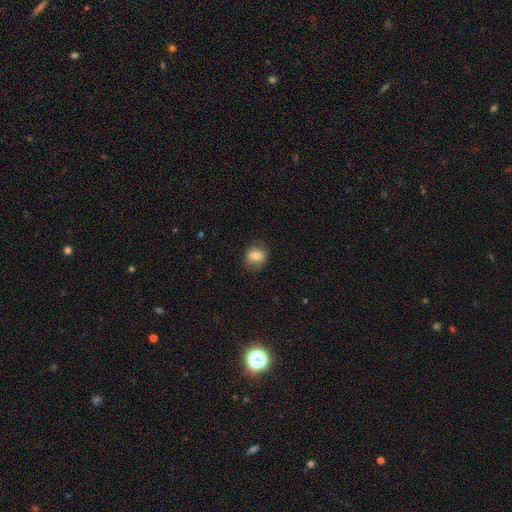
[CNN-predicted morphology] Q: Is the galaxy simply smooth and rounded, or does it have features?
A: smooth — 76%.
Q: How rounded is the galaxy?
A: round — 66%.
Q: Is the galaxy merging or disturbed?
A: none — 81%.